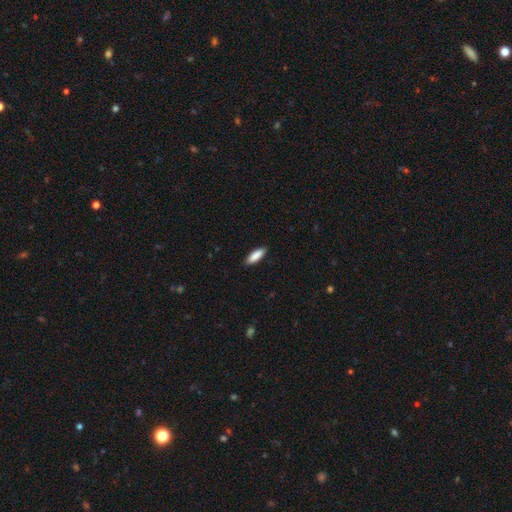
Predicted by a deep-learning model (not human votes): smooth 88%, featured or disk 6%, star or artifact 6%. Down the decision tree: how rounded — in between (53%); merging — none (89%).